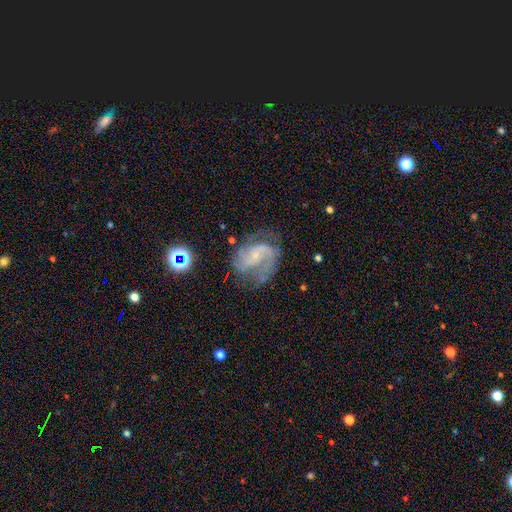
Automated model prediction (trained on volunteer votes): smooth_or_featured: featured or disk (p=0.85) [alt: star or artifact p=0.08]
disk_edge_on: no (p=0.98) [alt: yes p=0.02]
bar: no (p=0.50) [alt: weak p=0.40]
has_spiral_arms: yes (p=0.96) [alt: no p=0.04]
spiral_winding: medium (p=0.52) [alt: loose p=0.26]
spiral_arm_count: 2 (p=0.68) [alt: can't tell p=0.11]
bulge_size: small (p=0.75) [alt: moderate p=0.16]
merging: none (p=0.58) [alt: minor disturbance p=0.22]